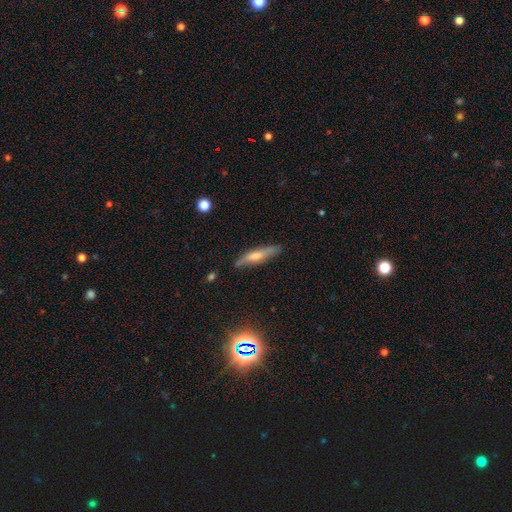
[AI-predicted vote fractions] A featured or disk galaxy (53%) viewed edge-on (89%).

Vote fractions:
- Smooth or featured? featured or disk: 53% / smooth: 37% / star or artifact: 10%
- Edge-on disk? yes: 89% / no: 11%
- Merging? none: 83% / minor disturbance: 13% / major disturbance: 3% / merger: 1%